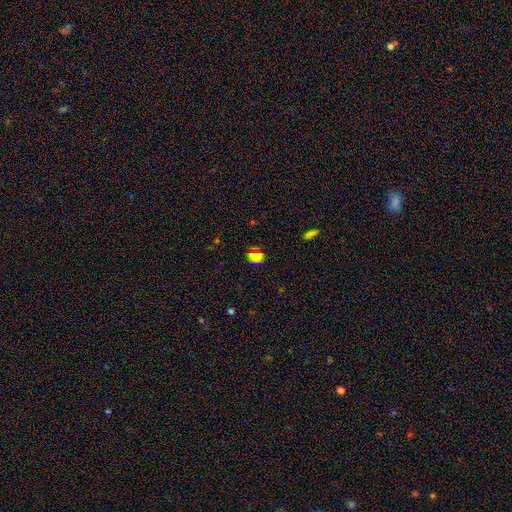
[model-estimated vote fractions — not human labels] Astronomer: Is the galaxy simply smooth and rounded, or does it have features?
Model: smooth — 64%.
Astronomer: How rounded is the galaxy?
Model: round — 67%.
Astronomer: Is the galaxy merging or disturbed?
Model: none — 82%.